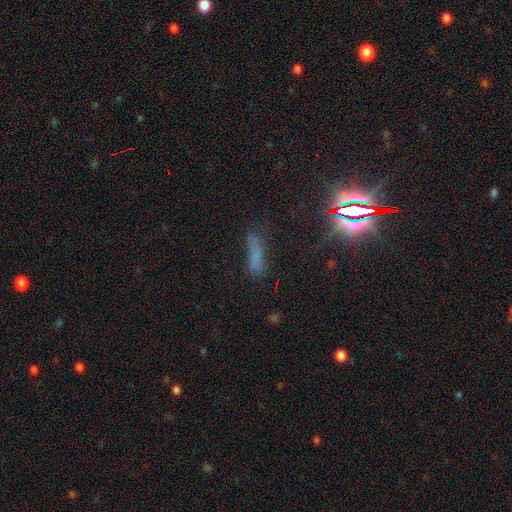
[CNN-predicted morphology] Smooth or featured? Predicted: smooth (p=0.53). How rounded? Predicted: cigar-shaped (p=0.75). Merging? Predicted: none (p=0.55).